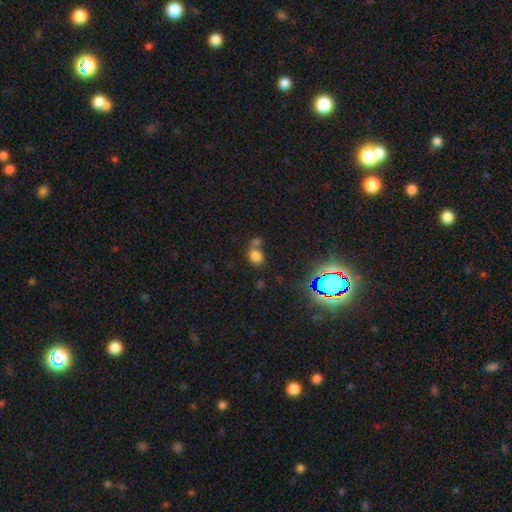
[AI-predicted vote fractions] This appears to be a smooth galaxy with no disk features (74%) that is round (51%). Merging: none (47%).